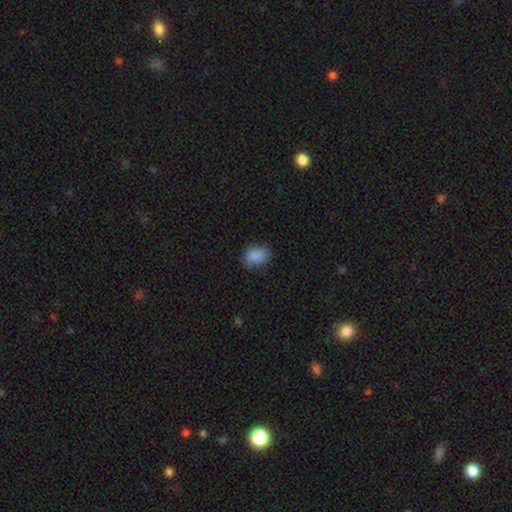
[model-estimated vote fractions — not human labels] Q: Smooth or featured?
A: smooth (87%); runner-up: star or artifact (8%)
Q: How rounded?
A: in between (82%); runner-up: round (16%)
Q: Merging?
A: none (74%); runner-up: minor disturbance (20%)